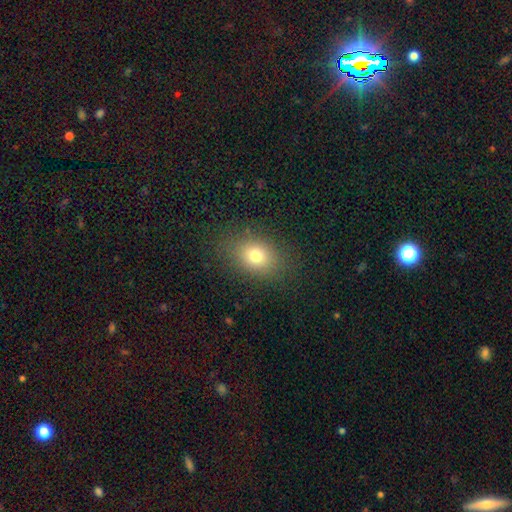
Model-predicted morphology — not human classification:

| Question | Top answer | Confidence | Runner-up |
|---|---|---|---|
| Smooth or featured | smooth | 75% | star or artifact (14%) |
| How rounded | in between | 58% | round (40%) |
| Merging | none | 84% | minor disturbance (10%) |